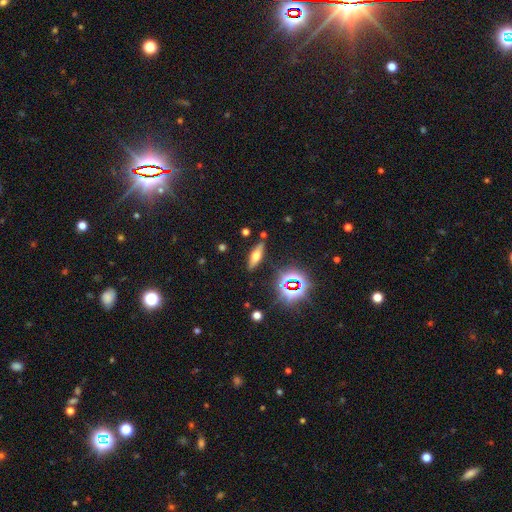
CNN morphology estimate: type=smooth (41%, tied with featured or disk); merging=none (84%).